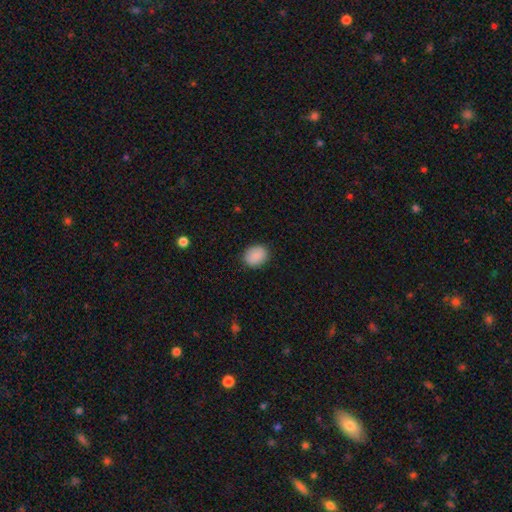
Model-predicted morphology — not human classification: smooth-or-featured: smooth: 87% | star or artifact: 8% | featured or disk: 5%
  how-rounded: round: 52% | in between: 47% | cigar-shaped: 1%
  merging: none: 87% | minor disturbance: 10% | major disturbance: 2% | merger: 1%